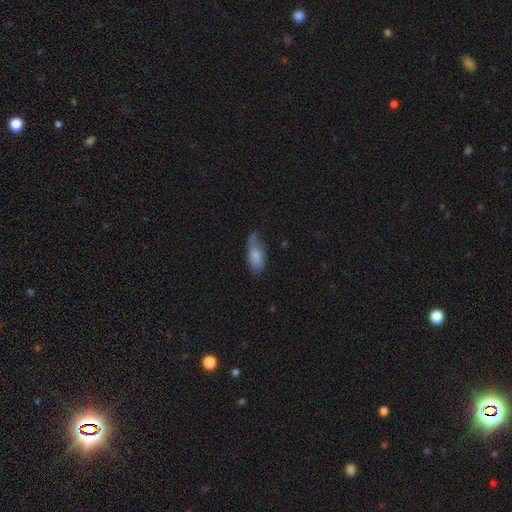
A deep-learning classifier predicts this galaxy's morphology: Overall: smooth (77%). How rounded: in between (87%). Merging: none (42%; minor disturbance 40%).